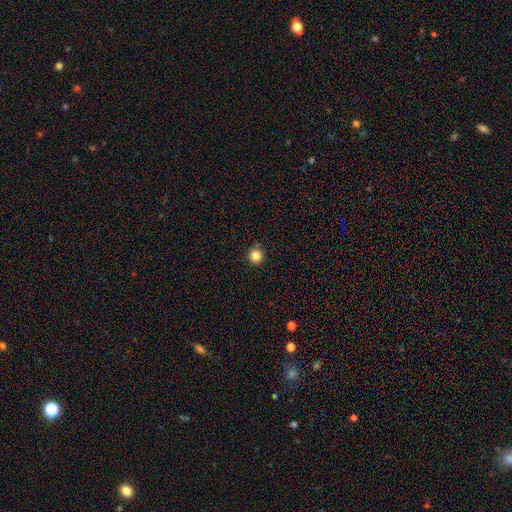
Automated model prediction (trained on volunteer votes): This is clearly a smooth galaxy (84%). How rounded: clearly round (95%). Merging: clearly none (90%).